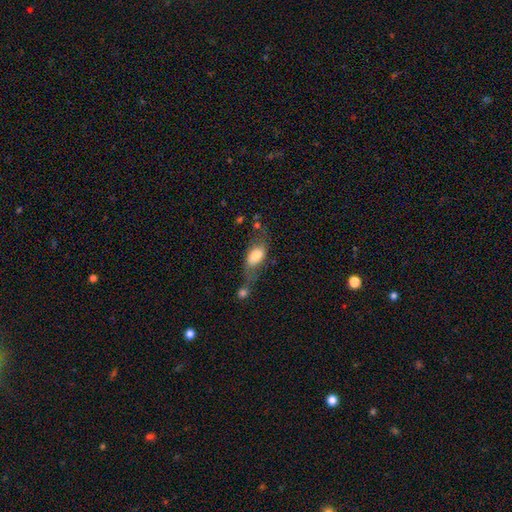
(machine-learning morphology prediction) smooth 68%, featured or disk 24%, star or artifact 7%. Down the decision tree: how rounded — in between (86%); merging — none (34%).